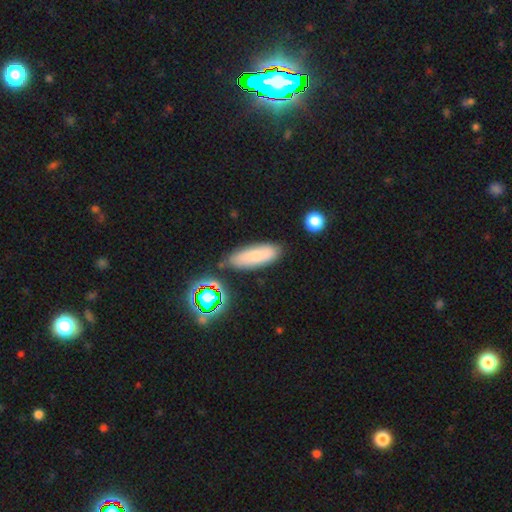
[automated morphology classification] type=smooth (74%); roundness=in between (60%); merging=none (79%).